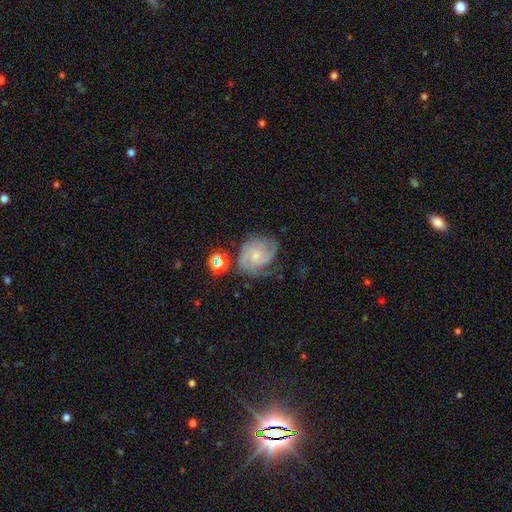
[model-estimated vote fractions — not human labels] smooth-or-featured: featured or disk: 85% | smooth: 8% | star or artifact: 7%
  disk-edge-on: no: 98% | yes: 2%
    bar: no: 65% | weak: 30% | strong: 5%
    has-spiral-arms: yes: 98% | no: 2%
      spiral-winding: tight: 56% | medium: 38% | loose: 7%
      spiral-arm-count: 3: 41% | 2: 29% | can't tell: 13% | 4: 8% | 1: 4% | more than 4: 4%
    bulge-size: small: 68% | moderate: 22% | none: 8% | large: 1% | dominant: 1%
  merging: none: 68% | minor disturbance: 21% | major disturbance: 8% | merger: 3%